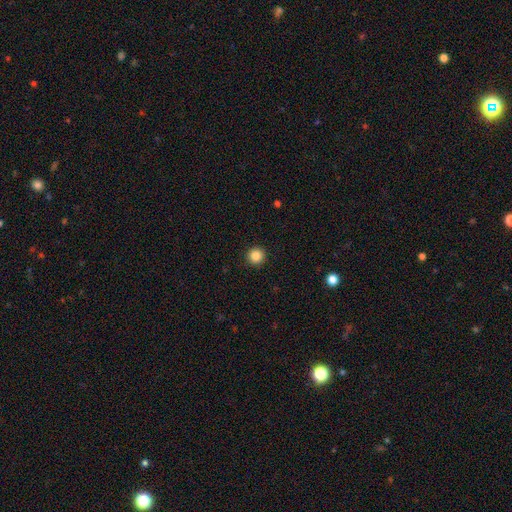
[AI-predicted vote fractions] smooth_or_featured: smooth (p=0.85) [alt: star or artifact p=0.11]
how_rounded: round (p=0.96) [alt: in between p=0.03]
merging: none (p=0.93) [alt: minor disturbance p=0.04]